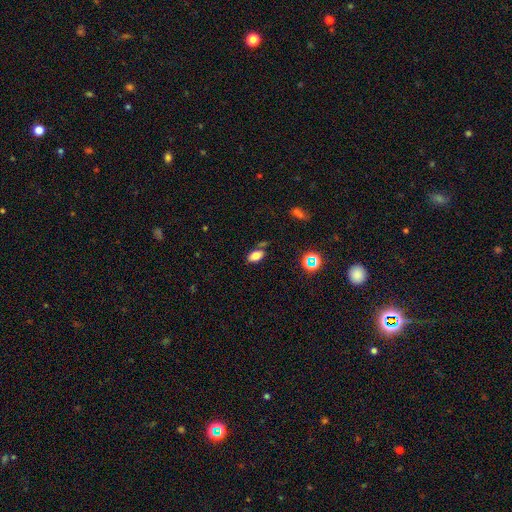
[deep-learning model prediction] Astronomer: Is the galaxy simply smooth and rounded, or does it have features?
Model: smooth — 77%.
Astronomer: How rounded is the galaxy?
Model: in between — 90%.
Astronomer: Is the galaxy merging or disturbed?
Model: none — 72%.